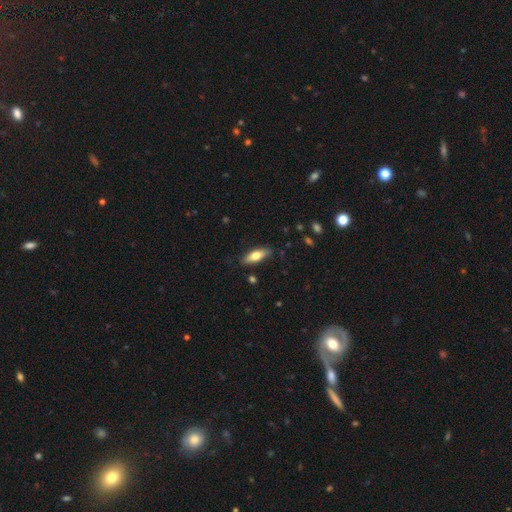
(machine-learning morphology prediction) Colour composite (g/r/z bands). It shows a smooth galaxy with no disk features (65%) that is in between round and cigar-shaped (60%). Merging: none (84%).